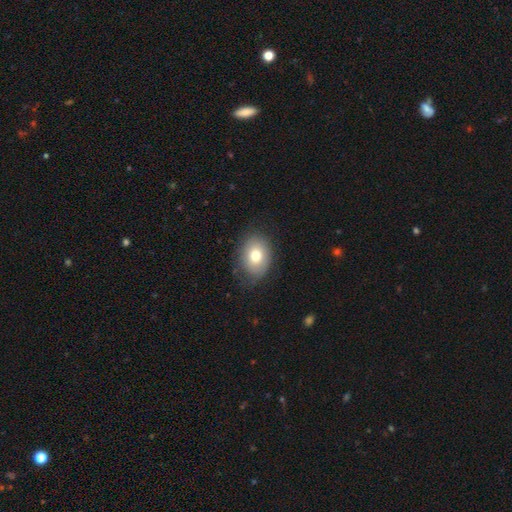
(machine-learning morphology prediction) type=smooth (76%); roundness=in between (69%); merging=none (77%).